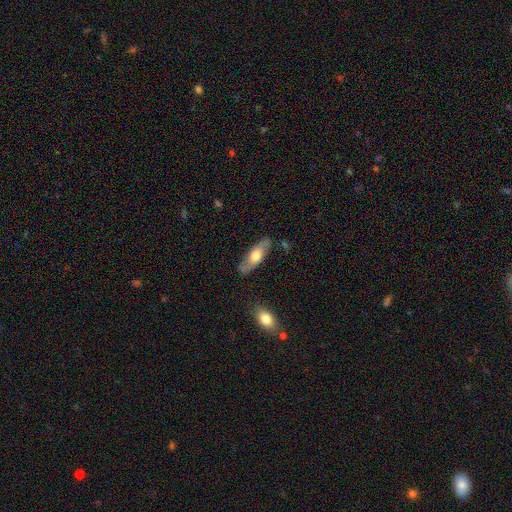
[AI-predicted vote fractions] smooth 55%, featured or disk 39%, star or artifact 5%. Down the decision tree: how rounded — in between (61%); merging — none (80%).